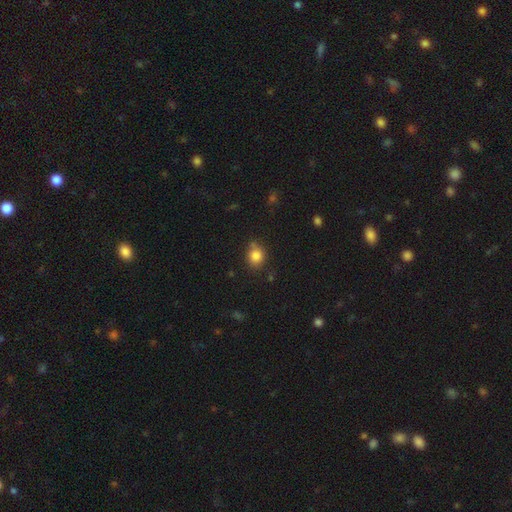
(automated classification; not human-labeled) A smooth galaxy with no disk features (84%) that is round (69%). Merging: none (72%).